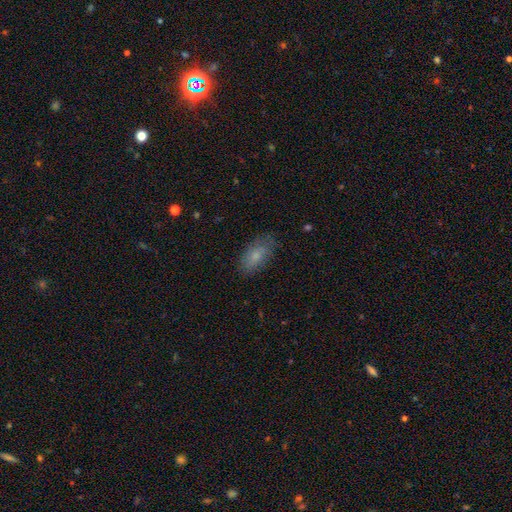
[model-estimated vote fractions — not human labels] This appears to be a smooth galaxy with no disk features (76%) that is in between round and cigar-shaped (88%). Merging: none (74%).